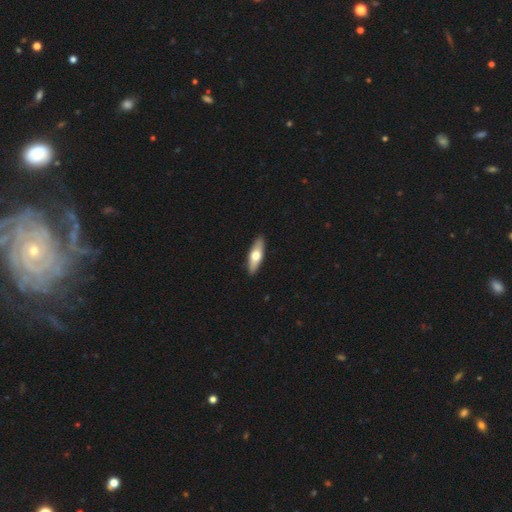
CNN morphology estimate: Smooth or featured? Predicted: smooth (p=0.59). How rounded? Predicted: in between (p=0.53). Merging? Predicted: none (p=0.91).